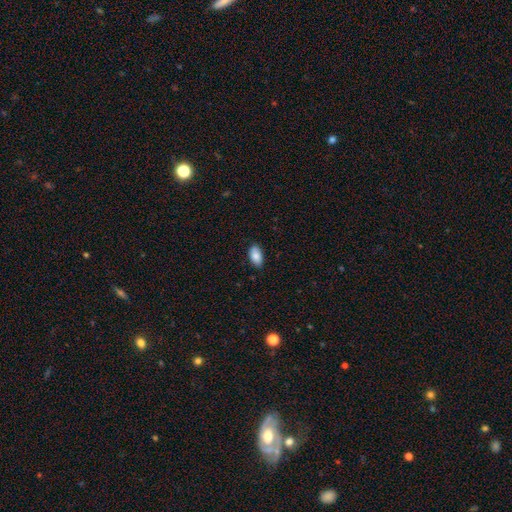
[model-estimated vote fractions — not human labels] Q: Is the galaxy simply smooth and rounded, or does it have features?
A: smooth — 86%.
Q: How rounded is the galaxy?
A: in between — 94%.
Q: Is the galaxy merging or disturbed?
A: none — 84%.